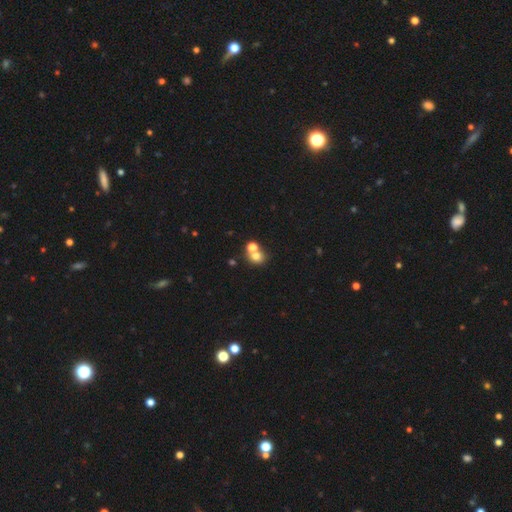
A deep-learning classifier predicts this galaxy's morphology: Smooth or featured: smooth — 70% (star or artifact — 15%)
How rounded: round — 71% (in between — 29%)
Merging: merger — 48% (none — 41%)